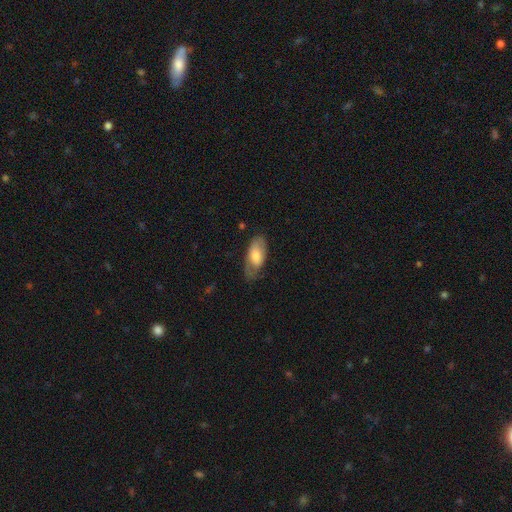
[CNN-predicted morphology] smooth-or-featured: smooth: 63% | featured or disk: 31% | star or artifact: 6%
  how-rounded: in between: 89% | cigar-shaped: 8% | round: 3%
  merging: none: 56% | minor disturbance: 29% | major disturbance: 14% | merger: 2%